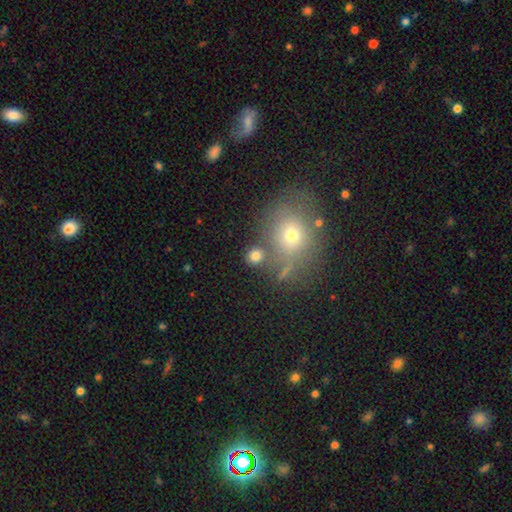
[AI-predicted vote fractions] This appears to be a smooth galaxy with no disk features (75%) that is round (84%). Merging: none (72%).